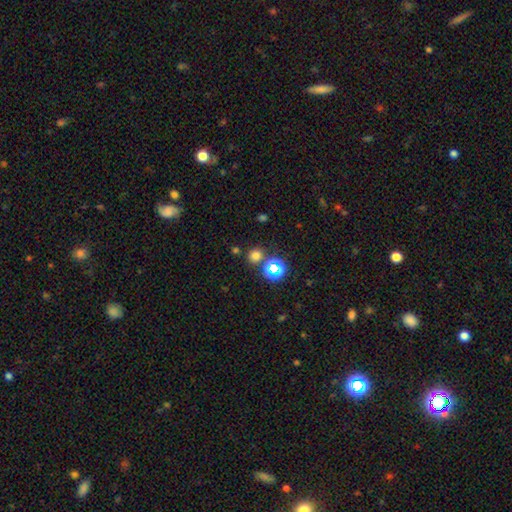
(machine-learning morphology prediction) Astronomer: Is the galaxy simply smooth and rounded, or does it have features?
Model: smooth — 69%.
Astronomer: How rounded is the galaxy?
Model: round — 89%.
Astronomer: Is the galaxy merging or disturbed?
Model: none — 78%.